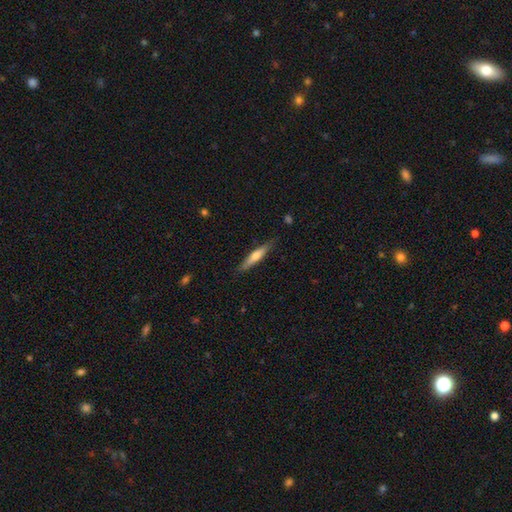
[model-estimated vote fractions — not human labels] A smooth galaxy with no disk features (53%) that is cigar-shaped (88%).

Vote fractions:
- Smooth or featured? smooth: 53% / featured or disk: 42% / star or artifact: 6%
- How rounded? cigar-shaped: 88% / in between: 11% / round: 1%
- Merging? none: 85% / minor disturbance: 12% / major disturbance: 2% / merger: 1%